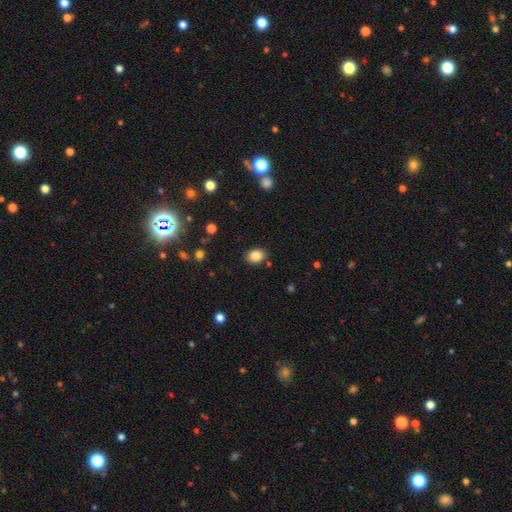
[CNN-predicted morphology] Q: Smooth or featured?
A: smooth (85%); runner-up: star or artifact (10%)
Q: How rounded?
A: in between (57%); runner-up: round (42%)
Q: Merging?
A: none (86%); runner-up: minor disturbance (9%)